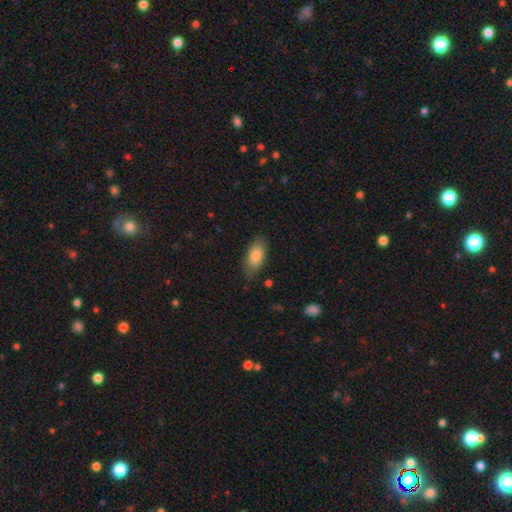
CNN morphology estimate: Smooth or featured? Predicted: smooth (p=0.84). How rounded? Predicted: in between (p=0.89). Merging? Predicted: none (p=0.76).